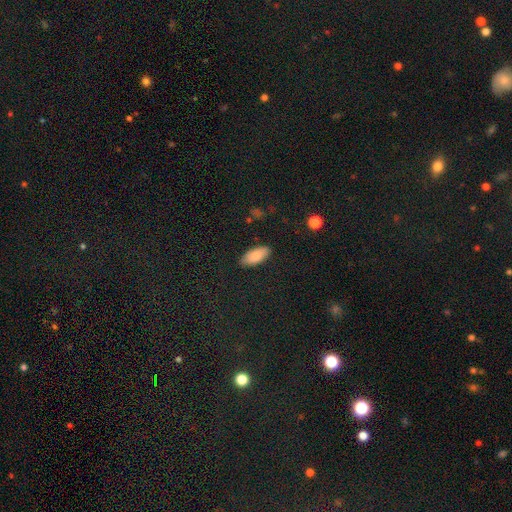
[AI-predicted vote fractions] This appears to be a smooth galaxy with no disk features (86%) that is in between round and cigar-shaped (87%). Merging: none (87%).